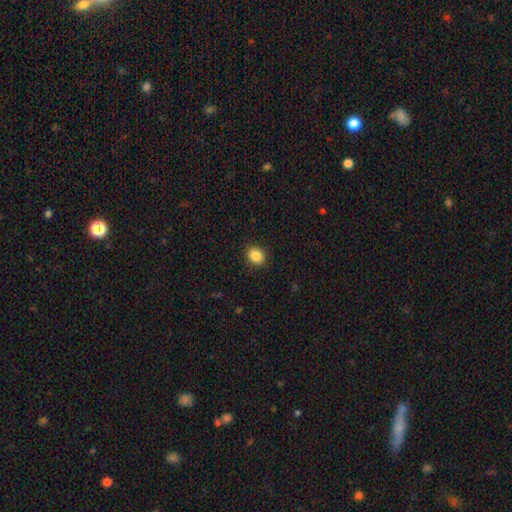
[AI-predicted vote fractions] A smooth galaxy with no disk features (85%) that is round (63%).

Vote fractions:
- Smooth or featured? smooth: 85% / star or artifact: 10% / featured or disk: 5%
- How rounded? round: 63% / in between: 36% / cigar-shaped: 1%
- Merging? none: 91% / minor disturbance: 6% / major disturbance: 2% / merger: 1%